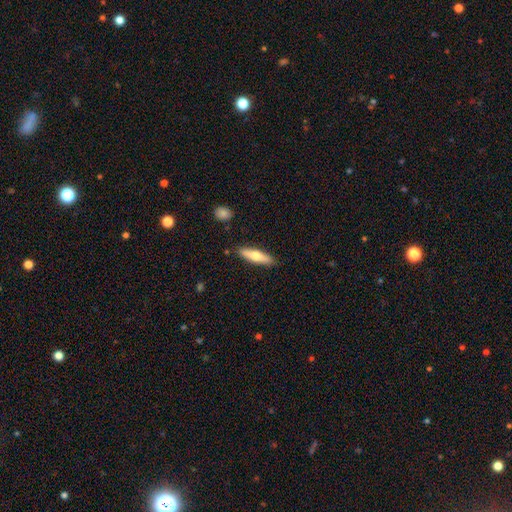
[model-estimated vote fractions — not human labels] Morphology: type=smooth (57%); roundness=cigar-shaped (70%); merging=none (87%).